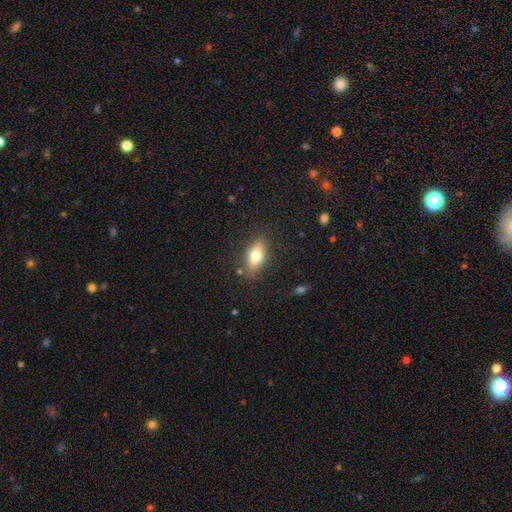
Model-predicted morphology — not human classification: Smooth or featured: smooth — 70% (featured or disk — 22%)
How rounded: in between — 80% (cigar-shaped — 15%)
Merging: none — 83% (minor disturbance — 12%)